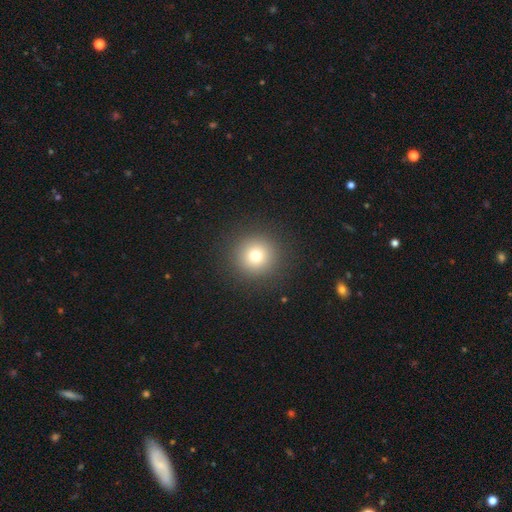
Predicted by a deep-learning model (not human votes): Overall: smooth (75%). How rounded: round (95%). Merging: none (91%).